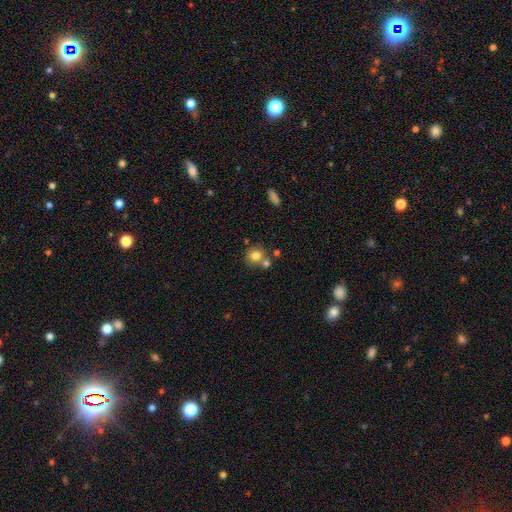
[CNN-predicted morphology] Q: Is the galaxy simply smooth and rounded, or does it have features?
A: smooth — 78%.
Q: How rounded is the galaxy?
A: round — 83%.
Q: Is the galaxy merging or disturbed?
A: none — 60%.